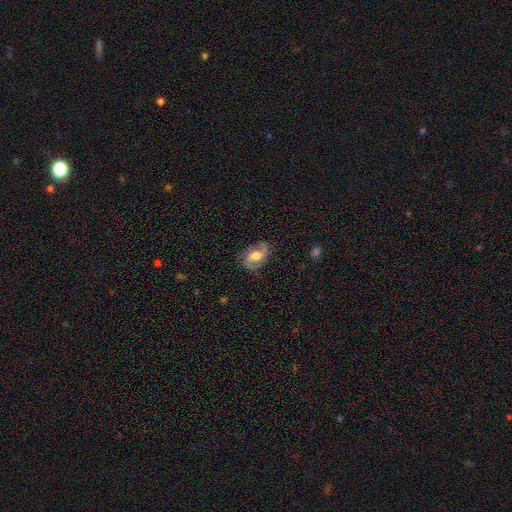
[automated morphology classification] type=featured or disk (58%); edge-on=no (96%); bar=no (47%); spiral arms=yes (86%); bulge=moderate (48%); merging=none (73%).